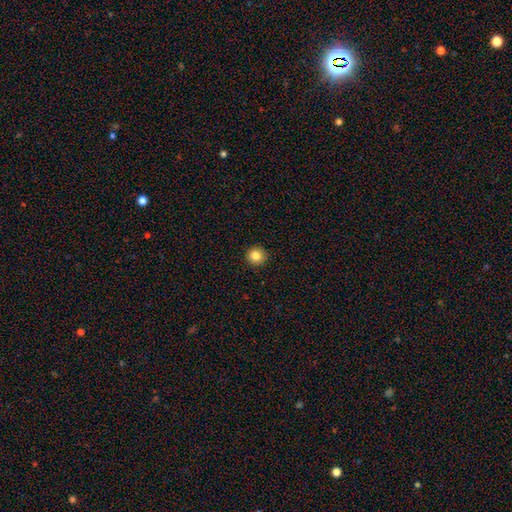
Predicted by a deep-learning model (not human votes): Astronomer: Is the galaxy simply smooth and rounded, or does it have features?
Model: smooth — 84%.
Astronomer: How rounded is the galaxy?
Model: round — 94%.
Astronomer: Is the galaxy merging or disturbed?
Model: none — 93%.